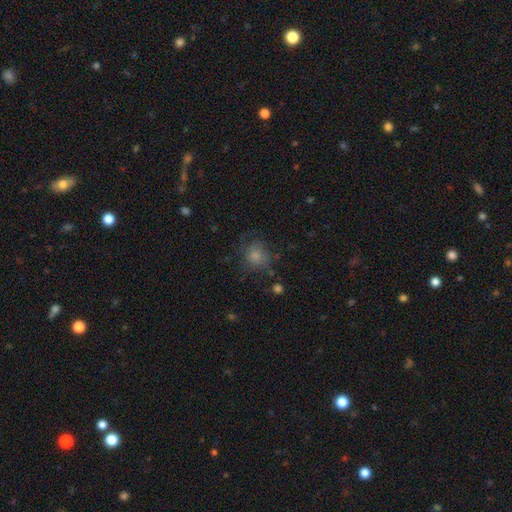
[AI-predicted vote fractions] Smooth or featured? Predicted: smooth (p=0.78). How rounded? Predicted: round (p=0.82). Merging? Predicted: none (p=0.63).